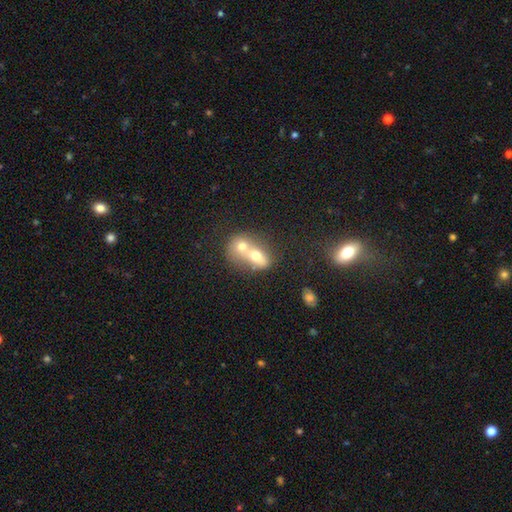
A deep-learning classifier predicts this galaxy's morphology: type=smooth (60%); roundness=in between (55%); merging=merger (76%).